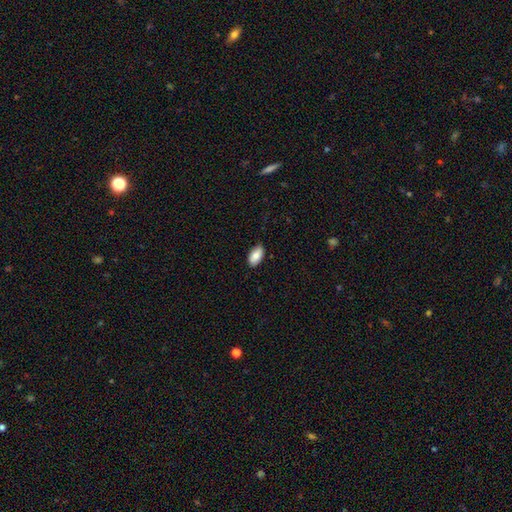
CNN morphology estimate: Smooth or featured? Predicted: smooth (p=0.83). How rounded? Predicted: in between (p=0.94). Merging? Predicted: none (p=0.85).